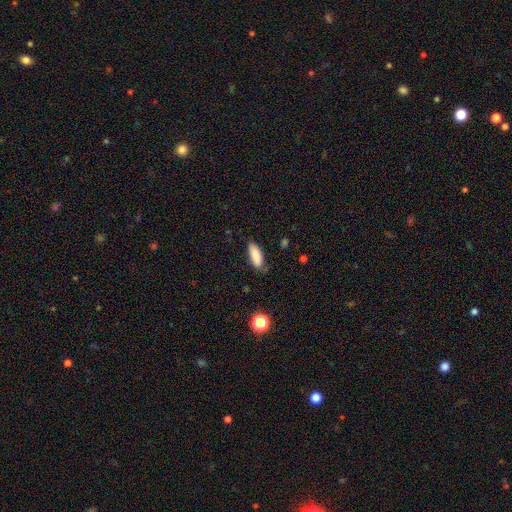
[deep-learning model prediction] smooth-or-featured: smooth: 86% | star or artifact: 7% | featured or disk: 7%
  how-rounded: in between: 63% | cigar-shaped: 35% | round: 2%
  merging: none: 80% | minor disturbance: 16% | major disturbance: 3% | merger: 2%